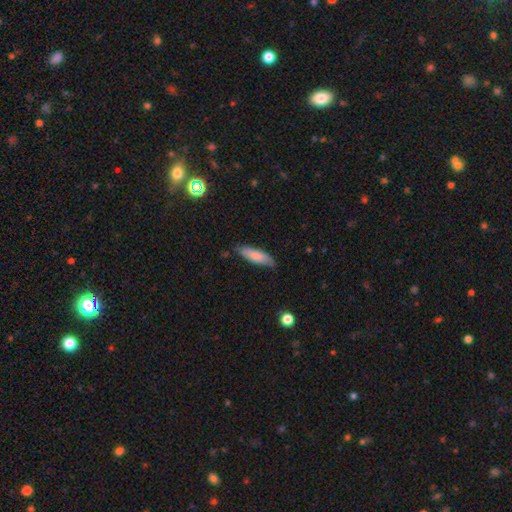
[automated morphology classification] Smooth or featured: smooth — 78% (featured or disk — 16%)
How rounded: cigar-shaped — 58% (in between — 41%)
Merging: none — 77% (minor disturbance — 18%)